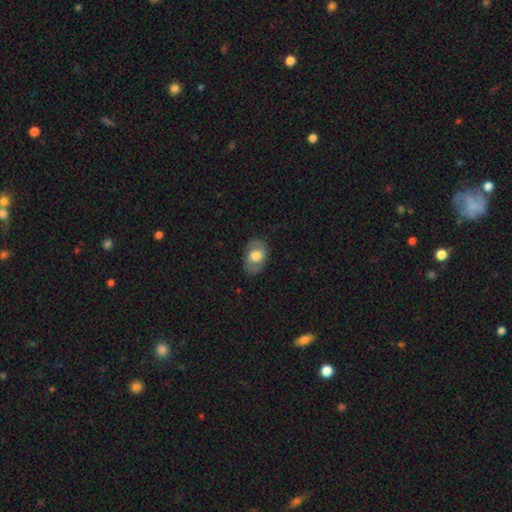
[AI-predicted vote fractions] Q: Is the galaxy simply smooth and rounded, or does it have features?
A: featured or disk — 54%.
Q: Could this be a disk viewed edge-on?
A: no — 93%.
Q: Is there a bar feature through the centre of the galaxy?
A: no — 71%.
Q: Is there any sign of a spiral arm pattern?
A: yes — 64%.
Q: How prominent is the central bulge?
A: large — 48%.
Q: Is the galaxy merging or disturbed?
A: none — 80%.